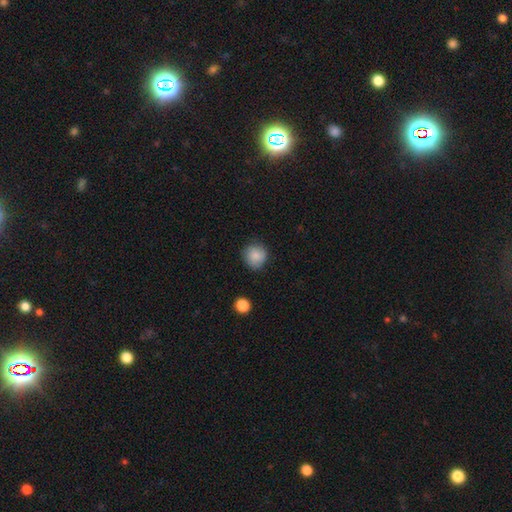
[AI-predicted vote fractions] This appears to be a smooth galaxy with no disk features (86%) that is round (91%). Merging: none (82%).